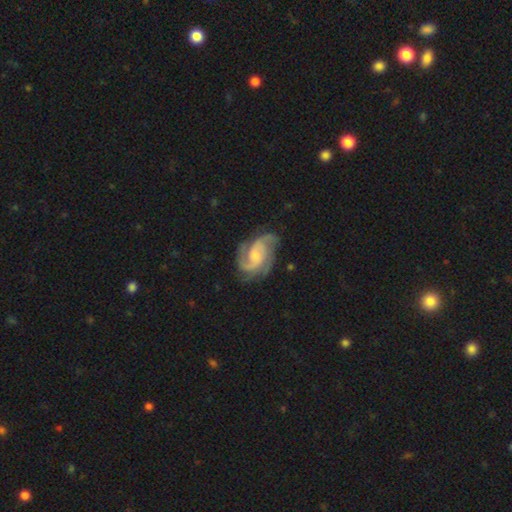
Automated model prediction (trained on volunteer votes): This is clearly a featured or disk galaxy (89%). It is clearly not viewed edge-on (98%). Bar: possibly no (55%). Spiral arm pattern: clearly yes (98%). Spiral arm count: marginally 2 (42%). Spiral winding: possibly medium (53%). Central bulge: possibly small (49%). Merging: likely none (69%).